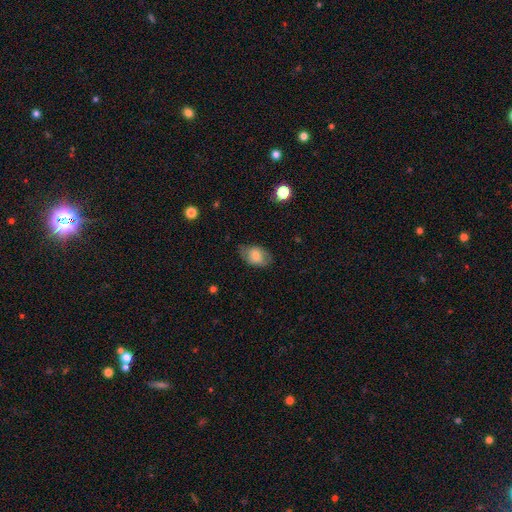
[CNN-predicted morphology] Overall: smooth (66%). How rounded: in between (84%). Merging: none (67%).